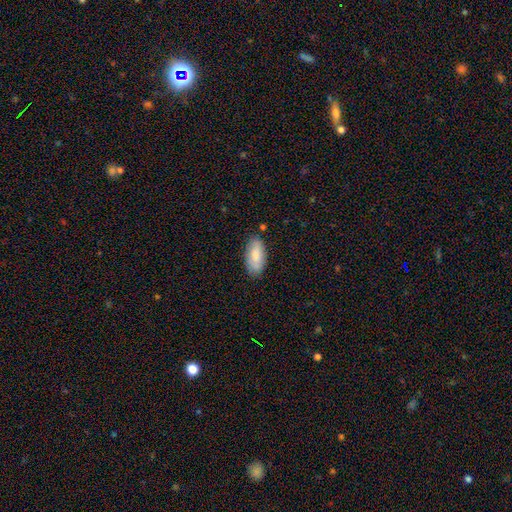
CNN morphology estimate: A smooth galaxy with no disk features (82%) that is in between round and cigar-shaped (91%). Merging: none (79%).